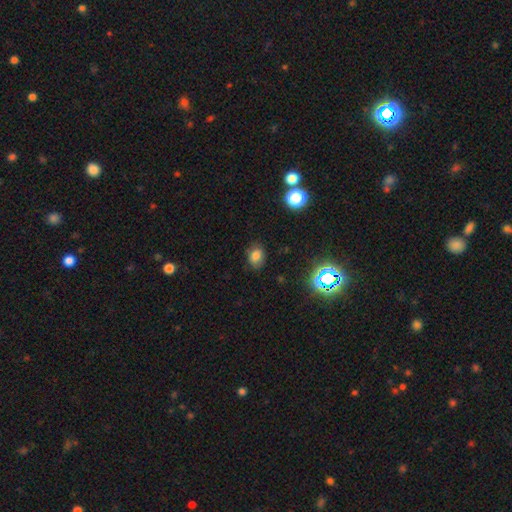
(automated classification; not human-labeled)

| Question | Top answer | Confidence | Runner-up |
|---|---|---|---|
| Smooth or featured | smooth | 75% | star or artifact (17%) |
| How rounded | in between | 61% | round (38%) |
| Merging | none | 80% | minor disturbance (15%) |